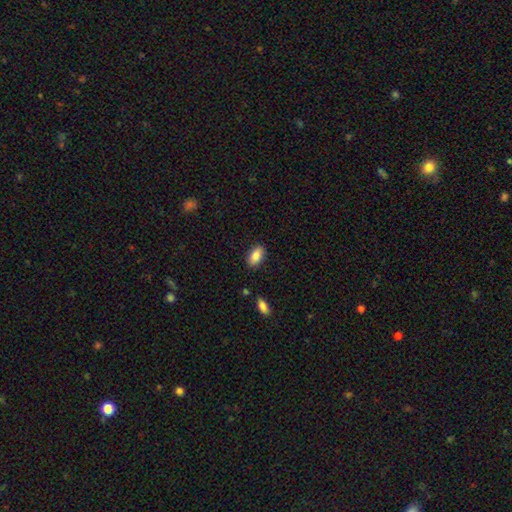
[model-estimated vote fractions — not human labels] Smooth or featured: smooth — 86% (star or artifact — 7%)
How rounded: in between — 92% (round — 4%)
Merging: none — 86% (minor disturbance — 10%)